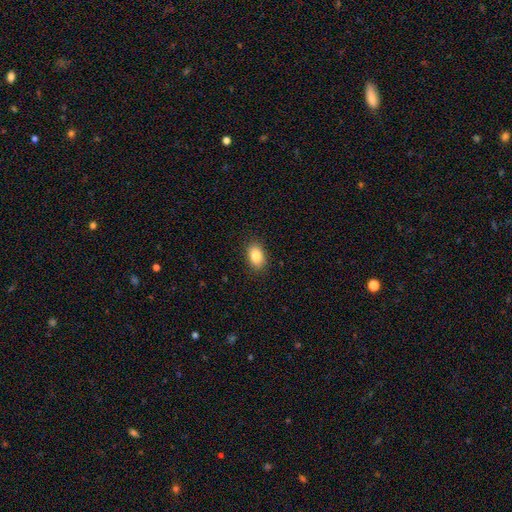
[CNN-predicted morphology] smooth 86%, star or artifact 8%, featured or disk 6%. Down the decision tree: how rounded — in between (86%); merging — none (88%).